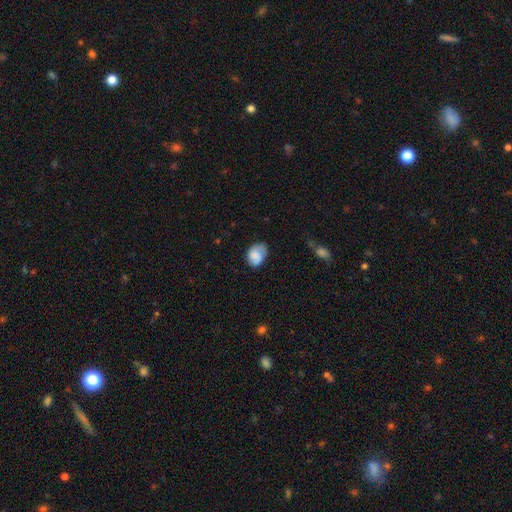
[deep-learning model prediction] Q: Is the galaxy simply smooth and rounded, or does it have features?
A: smooth — 71%.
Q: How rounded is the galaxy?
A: in between — 68%.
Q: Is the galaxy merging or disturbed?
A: none — 56%.